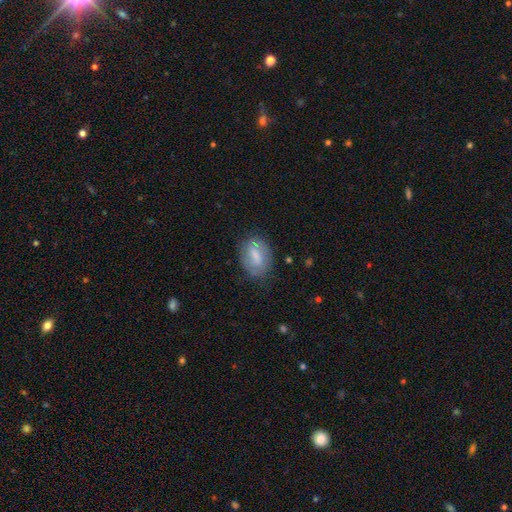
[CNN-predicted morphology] Overall: smooth (56%; featured or disk 36%). How rounded: in between (79%). Merging: none (69%).